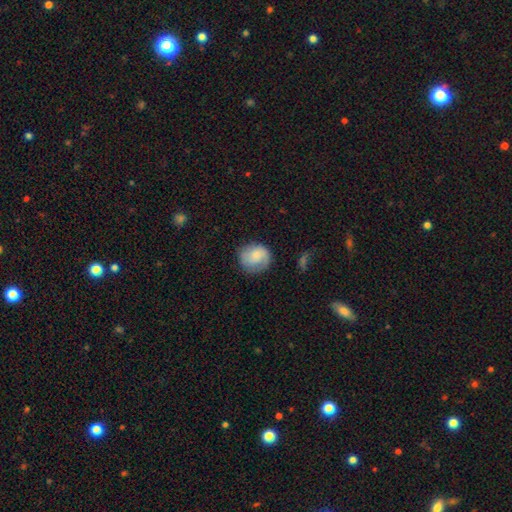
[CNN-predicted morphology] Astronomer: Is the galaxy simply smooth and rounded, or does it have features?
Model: smooth — 64%.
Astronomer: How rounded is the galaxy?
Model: round — 82%.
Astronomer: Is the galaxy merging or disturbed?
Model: none — 73%.